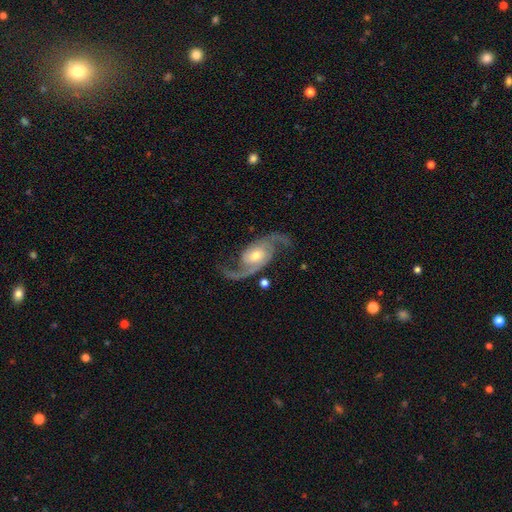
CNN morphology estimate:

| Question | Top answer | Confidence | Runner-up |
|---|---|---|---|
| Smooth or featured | featured or disk | 92% | star or artifact (4%) |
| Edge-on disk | no | 97% | yes (3%) |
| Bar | no | 59% | weak (31%) |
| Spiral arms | yes | 98% | no (2%) |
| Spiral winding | medium | 45% | tied: loose (45%) |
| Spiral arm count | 2 | 94% | can't tell (2%) |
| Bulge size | moderate | 57% | small (36%) |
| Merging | none | 78% | minor disturbance (13%) |